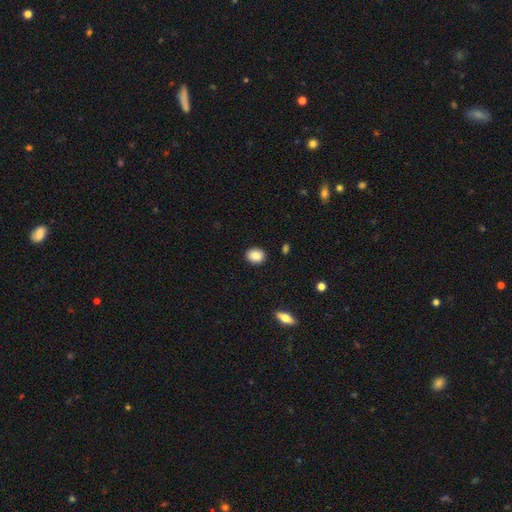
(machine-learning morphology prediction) smooth-or-featured: smooth: 88% | star or artifact: 8% | featured or disk: 4%
  how-rounded: in between: 51% | round: 48% | cigar-shaped: 1%
  merging: none: 90% | minor disturbance: 7% | major disturbance: 2% | merger: 1%